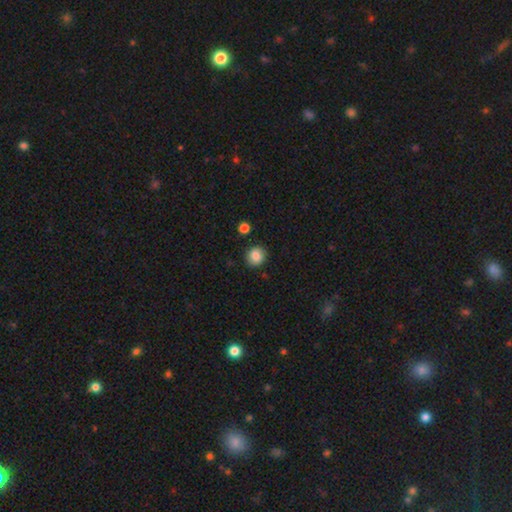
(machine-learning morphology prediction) smooth-or-featured: smooth: 85% | star or artifact: 9% | featured or disk: 6%
  how-rounded: round: 86% | in between: 13% | cigar-shaped: 1%
  merging: none: 87% | minor disturbance: 8% | major disturbance: 2% | merger: 2%